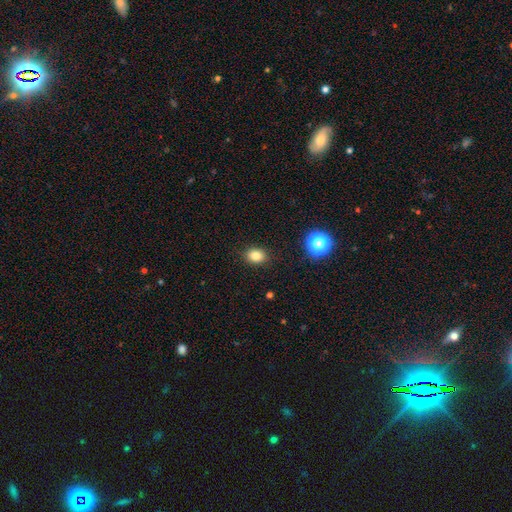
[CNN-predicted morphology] type=smooth (81%); roundness=in between (50%); merging=none (89%).